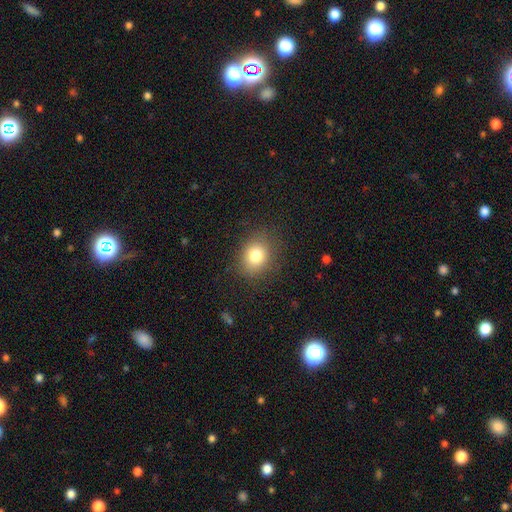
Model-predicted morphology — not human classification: smooth_or_featured: smooth (p=0.80) [alt: star or artifact p=0.11]
how_rounded: round (p=0.62) [alt: in between p=0.37]
merging: none (p=0.82) [alt: minor disturbance p=0.12]